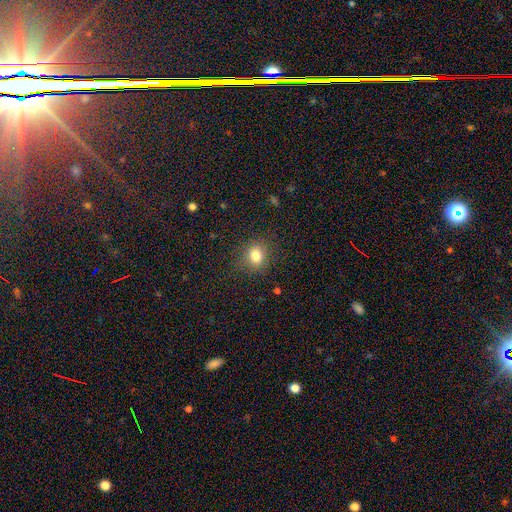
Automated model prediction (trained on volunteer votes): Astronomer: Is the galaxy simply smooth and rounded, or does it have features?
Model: smooth — 80%.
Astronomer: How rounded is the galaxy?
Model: round — 68%.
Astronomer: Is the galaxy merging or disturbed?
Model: none — 85%.